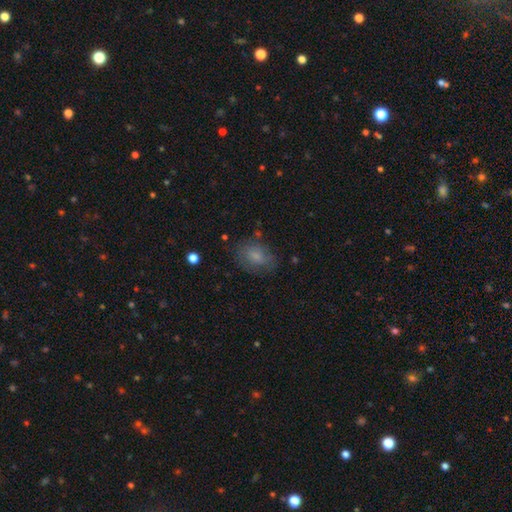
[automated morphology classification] A smooth galaxy with no disk features (73%) that is in between round and cigar-shaped (72%). Merging: none (69%).